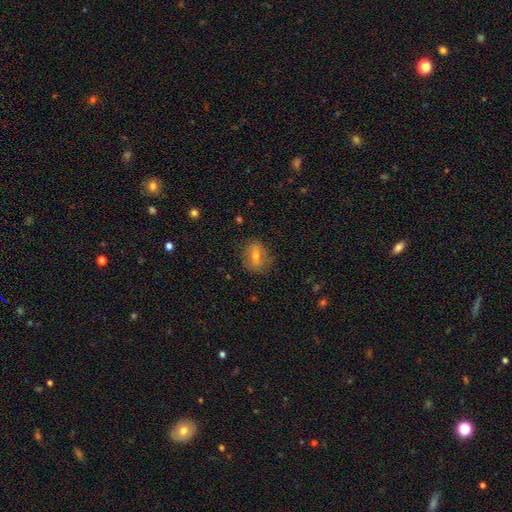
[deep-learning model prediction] Smooth or featured?
  - smooth: 60% *
  - featured or disk: 30%
  - star or artifact: 10%
How rounded?
  - in between: 56% *
  - round: 40%
  - cigar-shaped: 4%
Merging?
  - none: 75% *
  - minor disturbance: 18%
  - major disturbance: 7%
  - merger: 1%